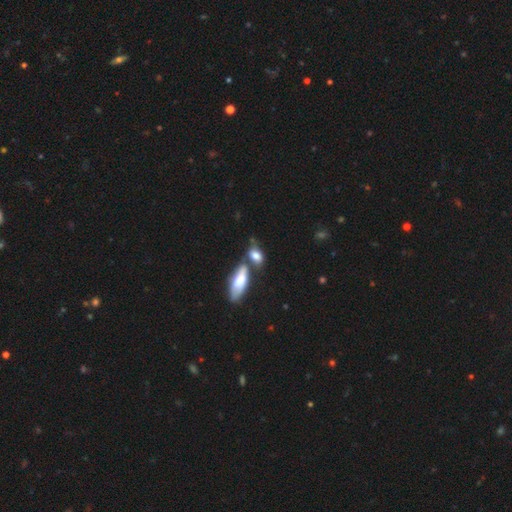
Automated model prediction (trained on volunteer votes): Smooth or featured? Predicted: smooth (p=0.73). How rounded? Predicted: in between (p=0.79). Merging? Predicted: merger (p=0.39, tied with none).